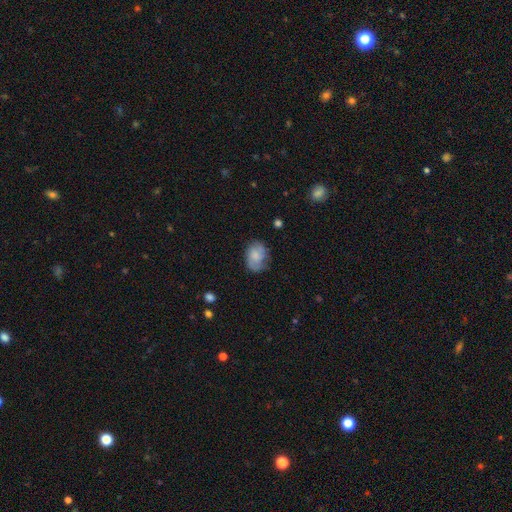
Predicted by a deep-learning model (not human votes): Smooth or featured? Predicted: smooth (p=0.58). How rounded? Predicted: in between (p=0.68). Merging? Predicted: none (p=0.60).